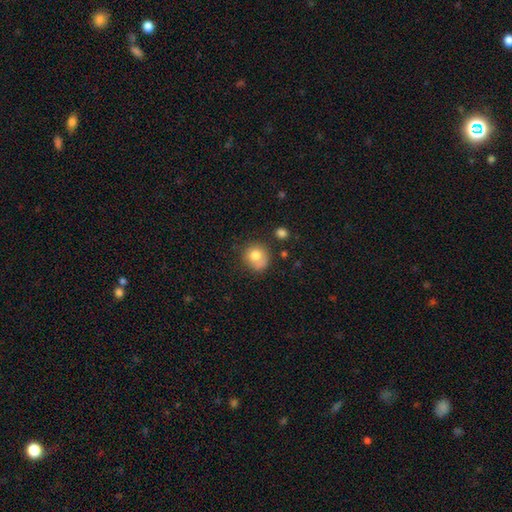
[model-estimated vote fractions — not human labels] Smooth or featured? smooth (77%)
How rounded? round (79%)
Merging? none (55%)